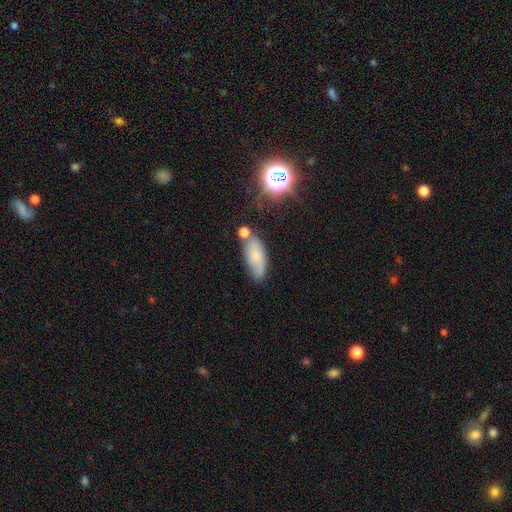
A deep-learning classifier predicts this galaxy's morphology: Smooth or featured?
  - smooth: 68% *
  - featured or disk: 19%
  - star or artifact: 13%
How rounded?
  - in between: 77% *
  - cigar-shaped: 19%
  - round: 4%
Merging?
  - none: 61% *
  - minor disturbance: 21%
  - merger: 11%
  - major disturbance: 6%